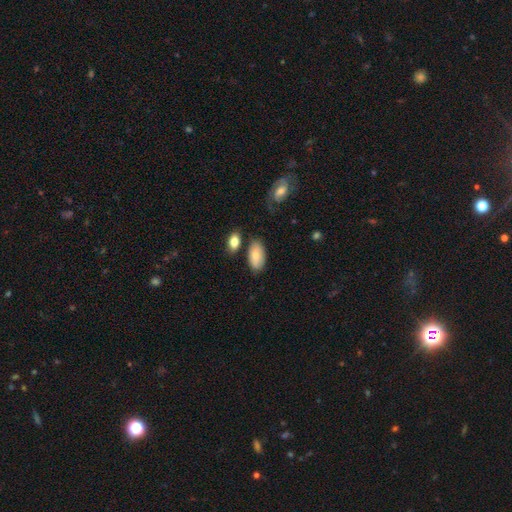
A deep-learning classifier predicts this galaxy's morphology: A smooth galaxy with no disk features (77%) that is in between round and cigar-shaped (94%).

Vote fractions:
- Smooth or featured? smooth: 77% / featured or disk: 17% / star or artifact: 6%
- How rounded? in between: 94% / round: 3% / cigar-shaped: 2%
- Merging? none: 72% / minor disturbance: 16% / merger: 8% / major disturbance: 4%